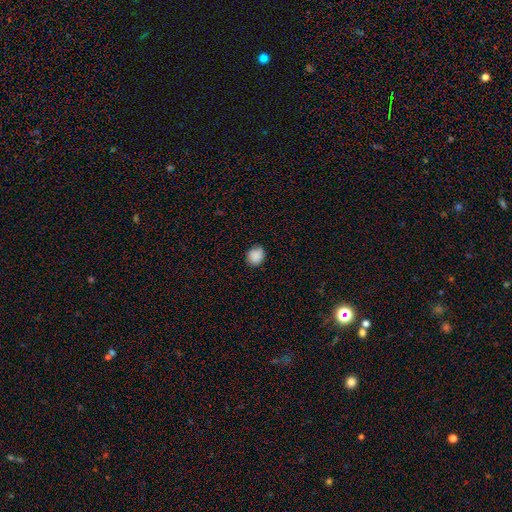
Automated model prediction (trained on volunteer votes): A smooth galaxy with no disk features (87%) that is round (69%). Merging: none (80%).